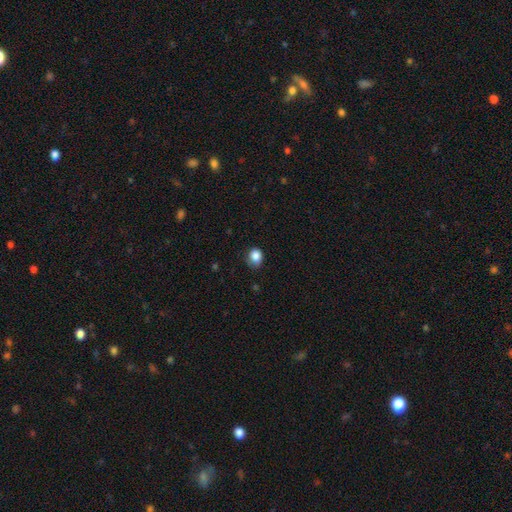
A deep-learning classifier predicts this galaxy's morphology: Smooth or featured? smooth (85%)
How rounded? round (63%)
Merging? none (66%)